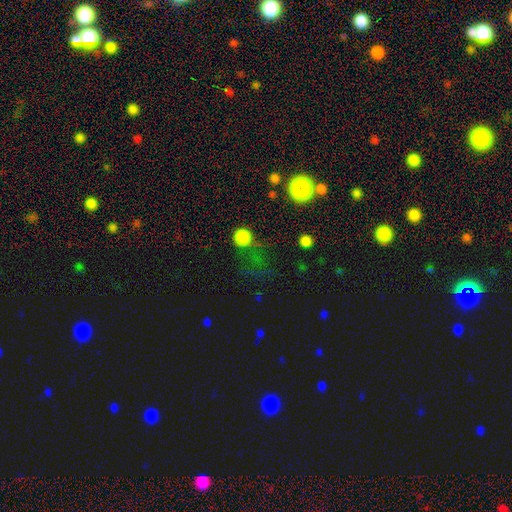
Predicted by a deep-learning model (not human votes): The model was most divided on "smooth or featured": smooth: 57%, star or artifact: 36%, featured or disk: 8%. More confident: how rounded — round (89%); merging — none (67%).